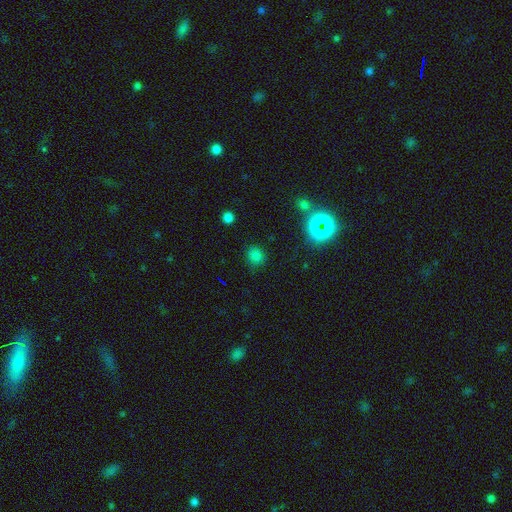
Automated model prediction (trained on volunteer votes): Morphology: type=smooth (73%); roundness=round (80%); merging=none (84%).